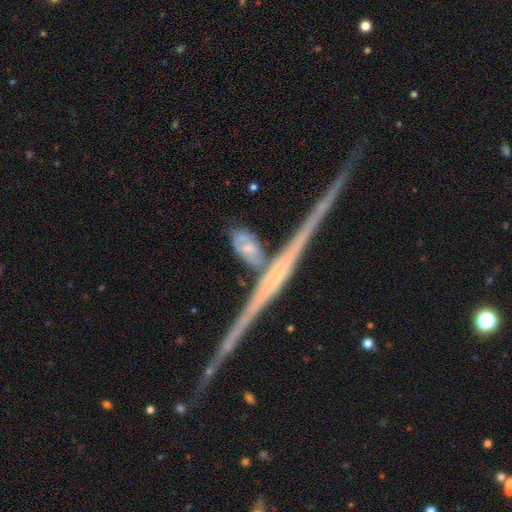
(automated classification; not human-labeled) Smooth or featured?
  - featured or disk: 84% *
  - star or artifact: 8%
  - smooth: 7%
Edge-on disk?
  - yes: 98% *
  - no: 2%
Edge-on bulge?
  - none: 44% *
  - rounded: 38%
  - boxy: 17%
Merging?
  - none: 82% *
  - minor disturbance: 8%
  - merger: 7%
  - major disturbance: 3%